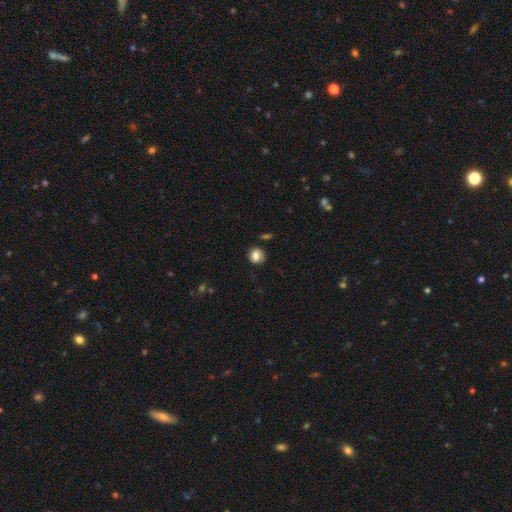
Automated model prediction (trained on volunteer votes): Smooth or featured?
  - smooth: 81% *
  - featured or disk: 10%
  - star or artifact: 9%
How rounded?
  - round: 77% *
  - in between: 22%
  - cigar-shaped: 1%
Merging?
  - none: 82% *
  - minor disturbance: 12%
  - major disturbance: 3%
  - merger: 3%